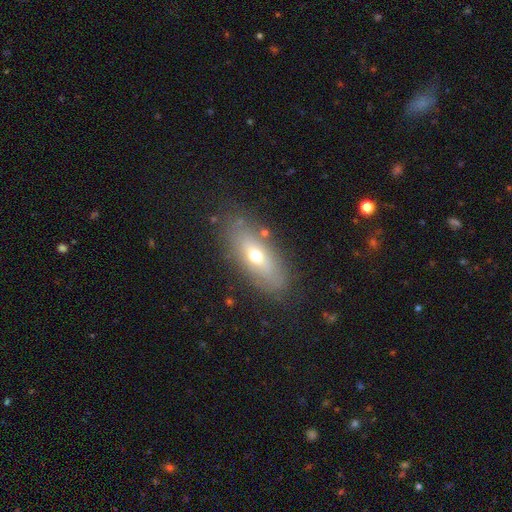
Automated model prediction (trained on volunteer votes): Morphology: type=smooth (55%); roundness=in between (71%); merging=none (80%).